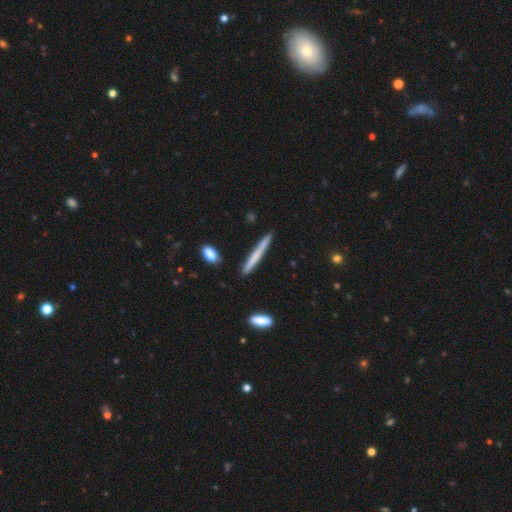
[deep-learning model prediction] A smooth galaxy with no disk features (62%) that is cigar-shaped (96%). Merging: none (88%).